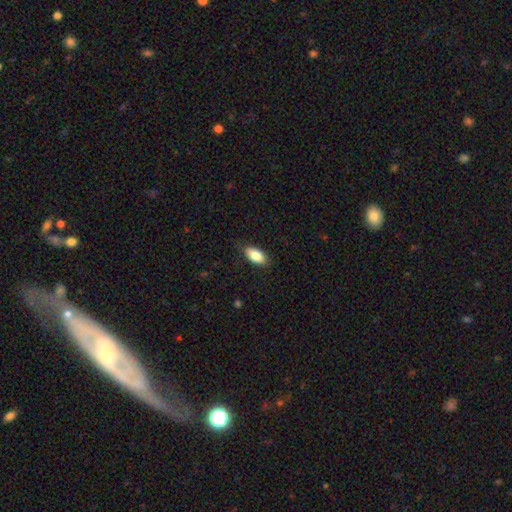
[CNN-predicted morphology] Smooth or featured: smooth — 85% (featured or disk — 9%)
How rounded: in between — 89% (cigar-shaped — 8%)
Merging: none — 85% (minor disturbance — 12%)